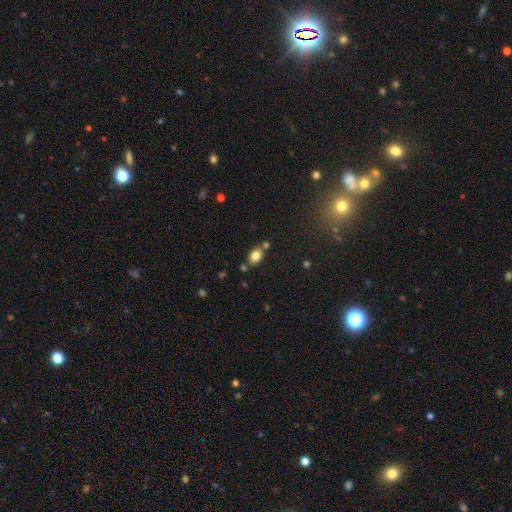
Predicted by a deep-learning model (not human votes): Smooth or featured? Predicted: smooth (p=0.81). How rounded? Predicted: in between (p=0.76). Merging? Predicted: none (p=0.69).